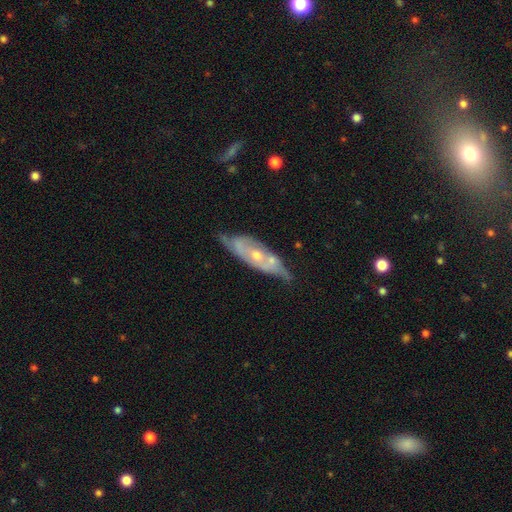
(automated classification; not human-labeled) featured or disk 72%, smooth 21%, star or artifact 7%. Down the decision tree: edge-on disk — no (76%); bar — no (74%); spiral arms — yes (66%); bulge size — small (51%); merging — none (52%).